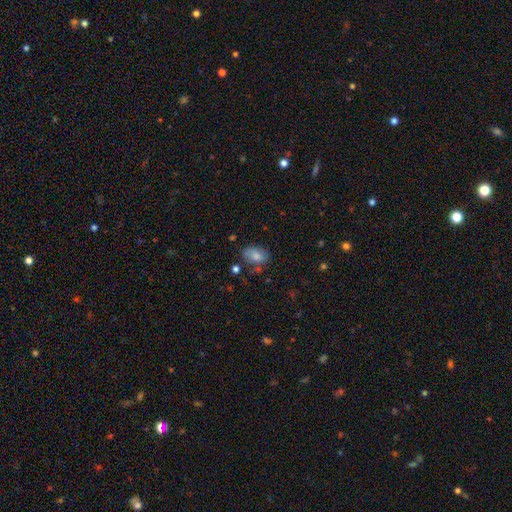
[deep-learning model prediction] Smooth or featured: smooth — 81% (featured or disk — 11%)
How rounded: in between — 88% (round — 11%)
Merging: none — 70% (minor disturbance — 20%)